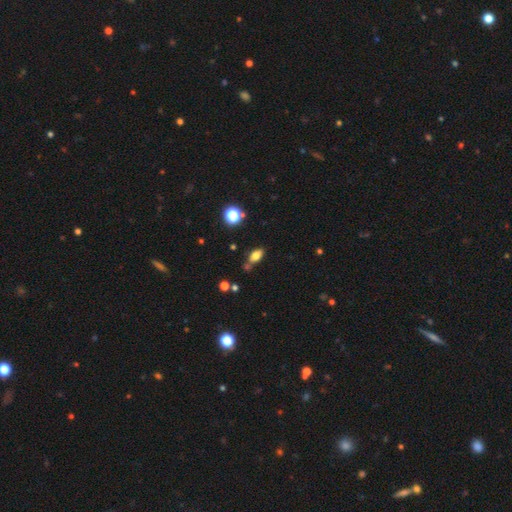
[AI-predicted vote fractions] Overall: smooth (76%). How rounded: in between (85%). Merging: none (66%).